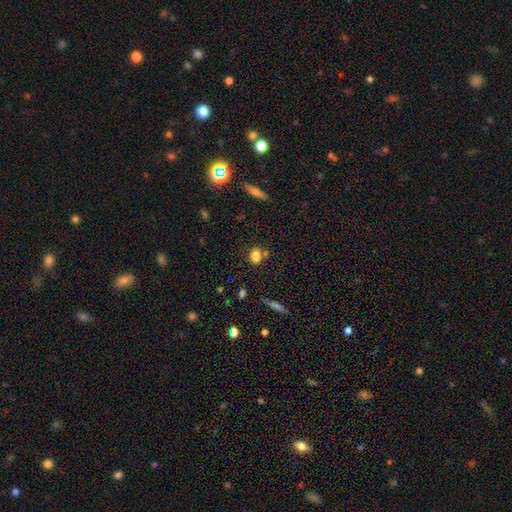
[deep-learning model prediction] This appears to be a smooth galaxy with no disk features (73%) that is in between round and cigar-shaped (61%). Merging: none (53%).